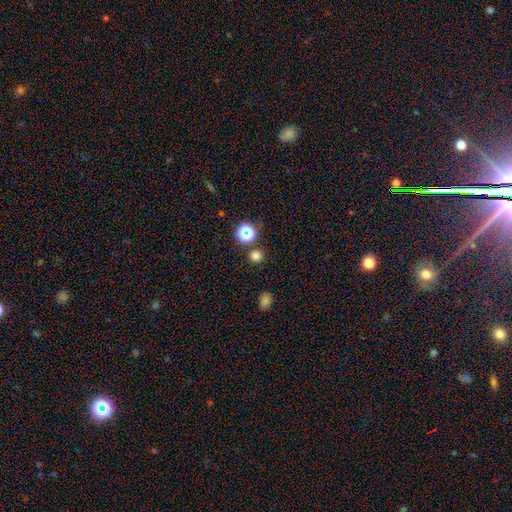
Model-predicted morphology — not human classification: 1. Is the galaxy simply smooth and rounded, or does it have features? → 73% smooth, 23% star or artifact, 4% featured or disk.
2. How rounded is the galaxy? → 91% round, 8% in between, 1% cigar-shaped.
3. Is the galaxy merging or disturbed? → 85% none, 7% minor disturbance, 5% merger, 3% major disturbance.